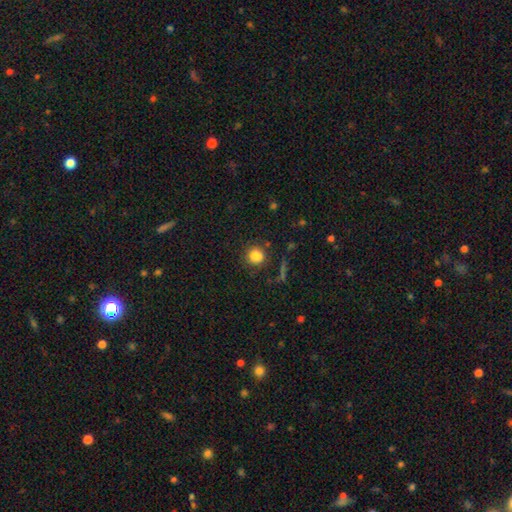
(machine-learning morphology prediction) type=smooth (84%); roundness=round (87%); merging=none (80%).